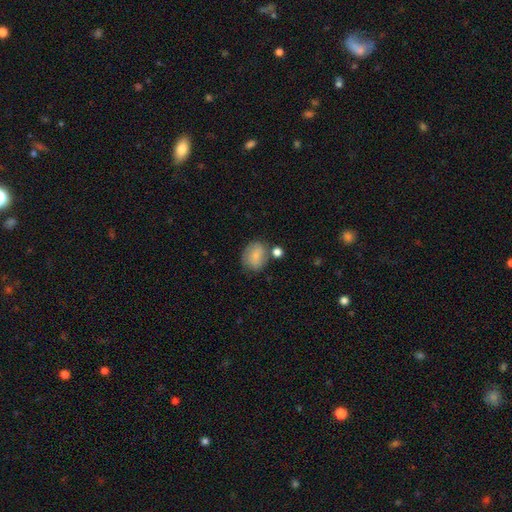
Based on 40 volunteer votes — smooth-or-featured: smooth: 80% | featured or disk: 10% | star or artifact: 10%
  how-rounded: round: 53% | in between: 47% | cigar-shaped: 0%
  merging: none: 56% | minor disturbance: 19% | merger: 17% | major disturbance: 8%